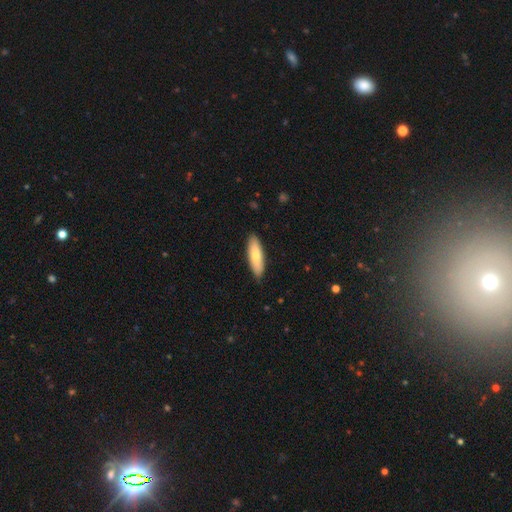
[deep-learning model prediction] smooth-or-featured: smooth: 77% | featured or disk: 18% | star or artifact: 5%
  how-rounded: cigar-shaped: 54% | in between: 45% | round: 2%
  merging: none: 89% | minor disturbance: 9% | major disturbance: 2% | merger: 1%